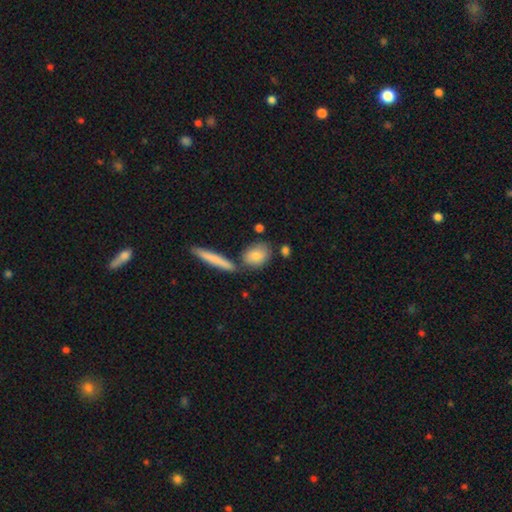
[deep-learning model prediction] smooth_or_featured: smooth (p=0.80) [alt: featured or disk p=0.13]
how_rounded: in between (p=0.65) [alt: round p=0.21]
merging: none (p=0.70) [alt: merger p=0.14]